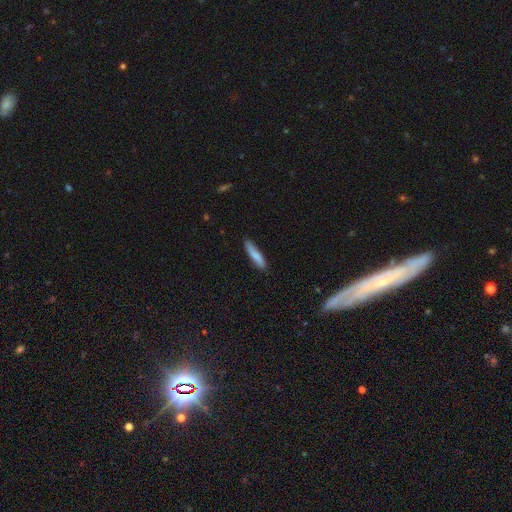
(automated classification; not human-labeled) The model was most divided on "smooth or featured": smooth: 81%, featured or disk: 13%, star or artifact: 6%. More confident: how rounded — cigar-shaped (87%); merging — none (85%).